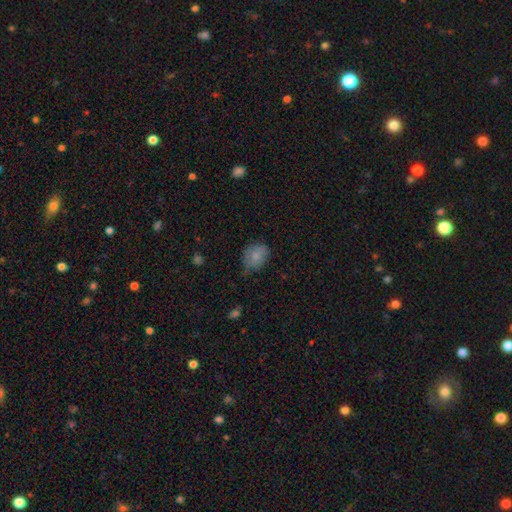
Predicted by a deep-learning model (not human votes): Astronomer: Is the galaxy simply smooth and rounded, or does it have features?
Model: smooth — 82%.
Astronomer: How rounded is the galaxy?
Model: in between — 59% (runner-up: round, 40%).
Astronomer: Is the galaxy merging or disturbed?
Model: none — 62%.